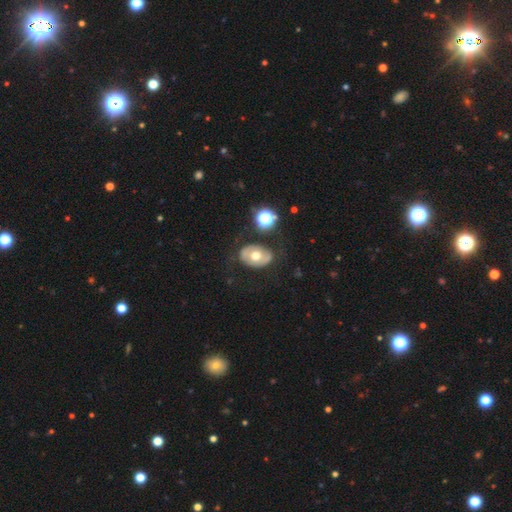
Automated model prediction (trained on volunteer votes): smooth-or-featured: smooth: 47% | featured or disk: 44% | star or artifact: 9%
  merging: none: 73% | minor disturbance: 16% | major disturbance: 8% | merger: 4%